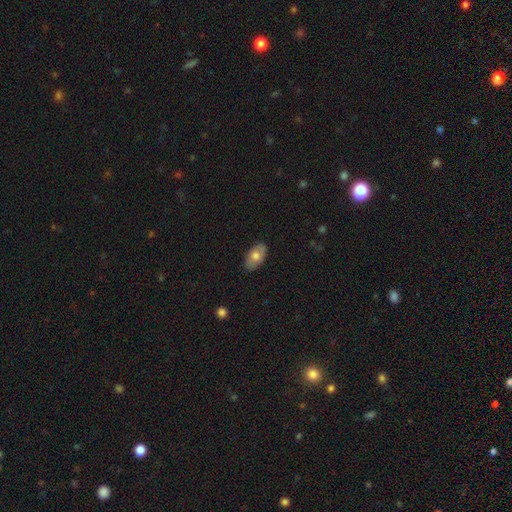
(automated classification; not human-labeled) smooth-or-featured: smooth: 66% | featured or disk: 28% | star or artifact: 6%
  how-rounded: in between: 93% | round: 5% | cigar-shaped: 2%
  merging: none: 84% | minor disturbance: 13% | major disturbance: 2% | merger: 1%